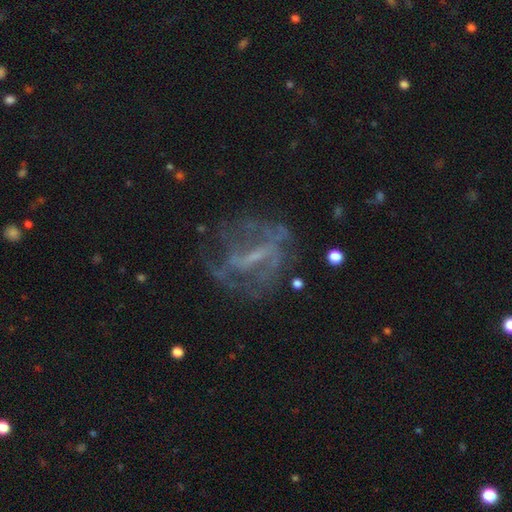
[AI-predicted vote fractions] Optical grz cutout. It shows a featured or disk galaxy (66%) with a strong bar (38%), spiral arms (54%) and a small central bulge (43%). Merging: none (58%).